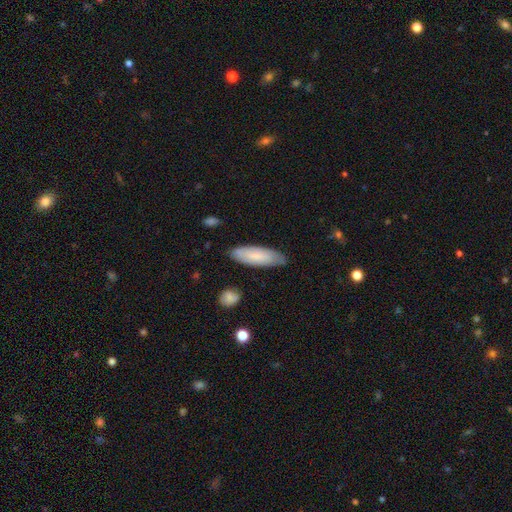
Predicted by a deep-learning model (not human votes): smooth 75%, featured or disk 19%, star or artifact 6%. Down the decision tree: how rounded — in between (54%); merging — none (82%).